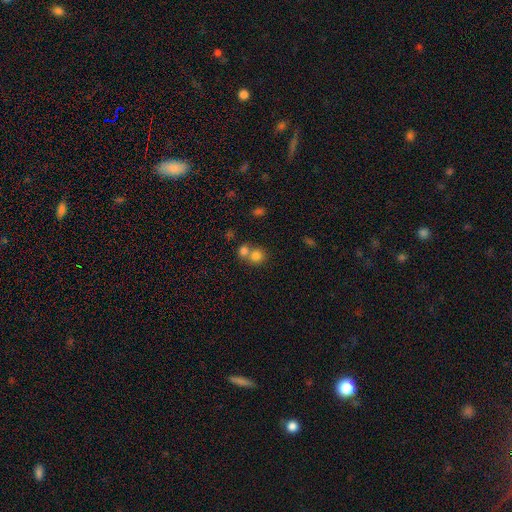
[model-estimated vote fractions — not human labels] The model was most divided on "merging": merger: 51%, none: 41%, minor disturbance: 6%, major disturbance: 3%. More confident: how rounded — round (84%); smooth or featured — smooth (79%).